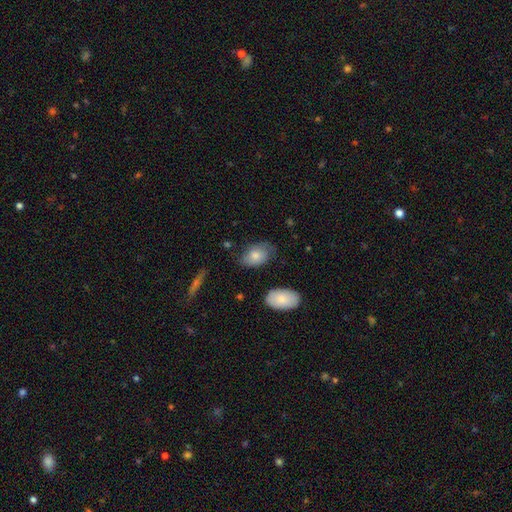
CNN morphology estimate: The model was most divided on "merging": none: 56%, minor disturbance: 31%, major disturbance: 10%, merger: 3%. More confident: how rounded — in between (89%); smooth or featured — smooth (74%).